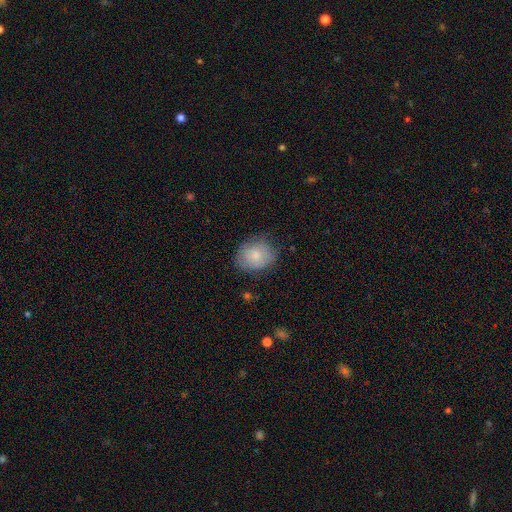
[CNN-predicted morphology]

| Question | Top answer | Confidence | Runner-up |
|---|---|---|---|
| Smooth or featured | smooth | 79% | featured or disk (14%) |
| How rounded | round | 61% | in between (38%) |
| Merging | none | 72% | minor disturbance (21%) |